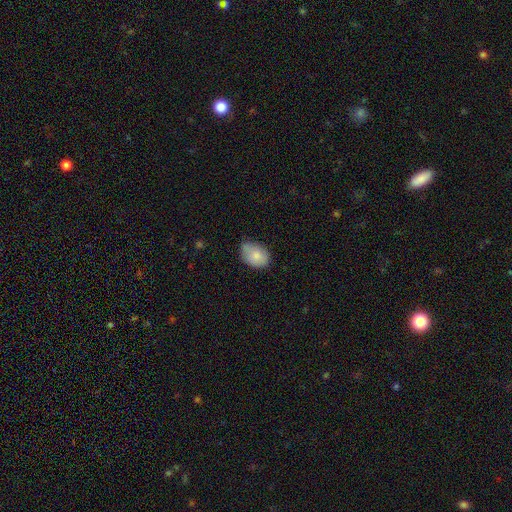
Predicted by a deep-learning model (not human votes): Q: Smooth or featured?
A: smooth (81%); runner-up: featured or disk (12%)
Q: How rounded?
A: in between (79%); runner-up: round (20%)
Q: Merging?
A: none (57%); runner-up: minor disturbance (35%)